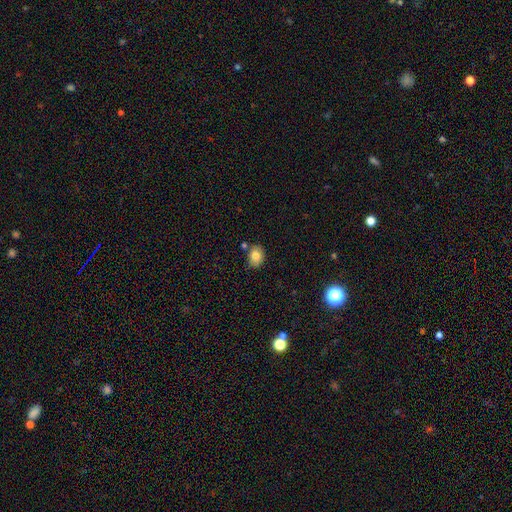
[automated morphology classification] A smooth galaxy with no disk features (80%) that is in between round and cigar-shaped (58%). Merging: none (74%).